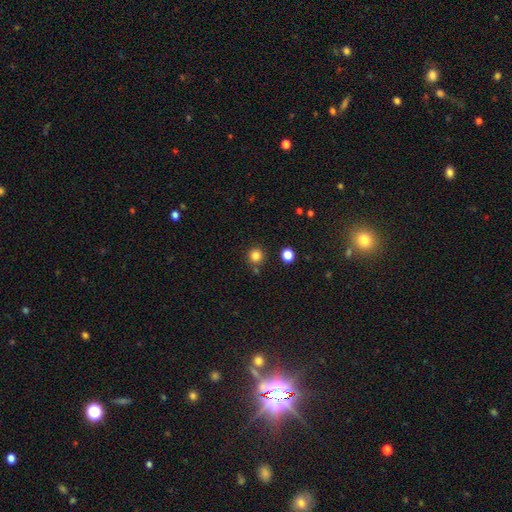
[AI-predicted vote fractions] The model was most divided on "smooth or featured": smooth: 83%, star or artifact: 13%, featured or disk: 4%. More confident: how rounded — round (94%); merging — none (83%).